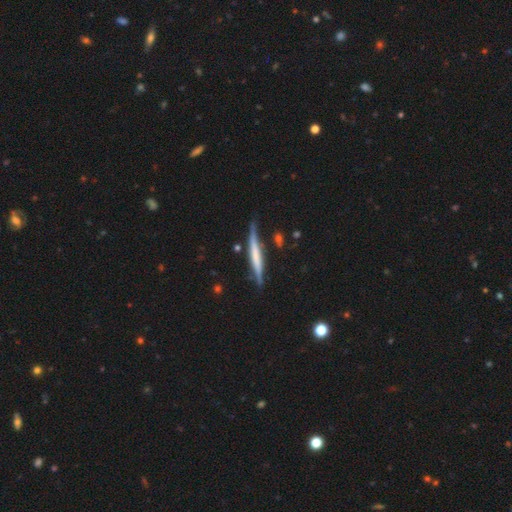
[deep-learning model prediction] smooth-or-featured: featured or disk: 54% | smooth: 40% | star or artifact: 5%
  disk-edge-on: yes: 94% | no: 6%
    edge-on-bulge: none: 57% | boxy: 23% | rounded: 19%
  merging: none: 72% | minor disturbance: 20% | major disturbance: 4% | merger: 4%